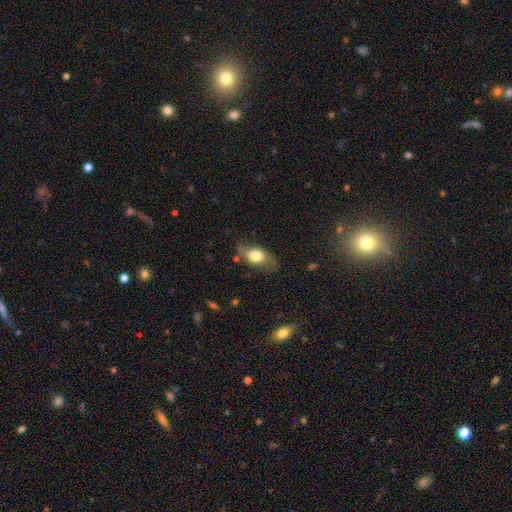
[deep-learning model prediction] Overall: smooth (73%). How rounded: in between (81%). Merging: none (68%).